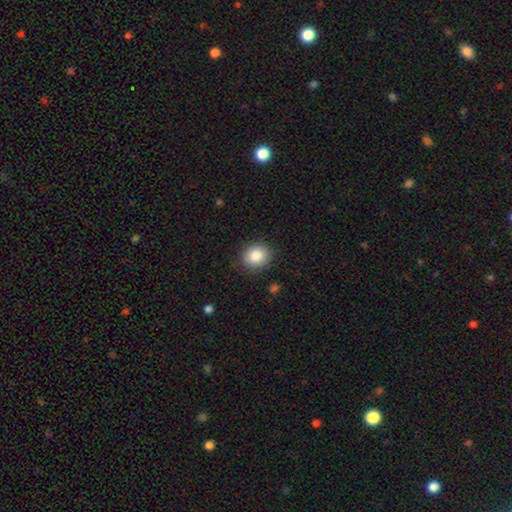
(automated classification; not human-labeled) Morphology: type=smooth (86%); roundness=round (72%); merging=none (87%).